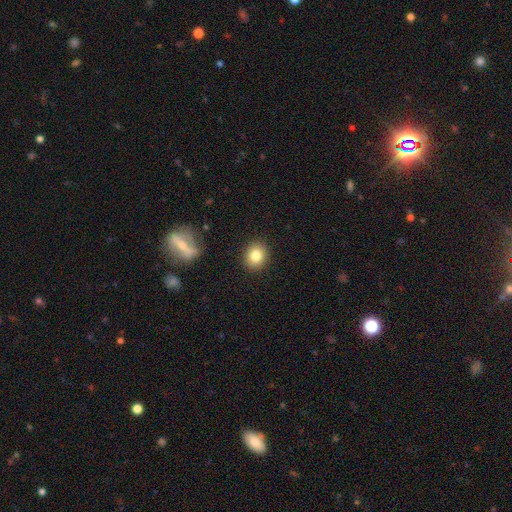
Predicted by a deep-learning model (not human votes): The model was most divided on "how rounded": round: 70%, in between: 29%, cigar-shaped: 1%. More confident: merging — none (89%); smooth or featured — smooth (81%).